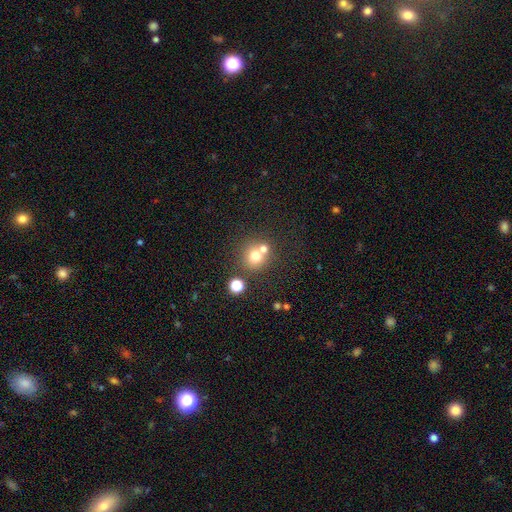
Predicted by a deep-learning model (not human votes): Smooth or featured? Predicted: smooth (p=0.71). How rounded? Predicted: round (p=0.87). Merging? Predicted: none (p=0.49).